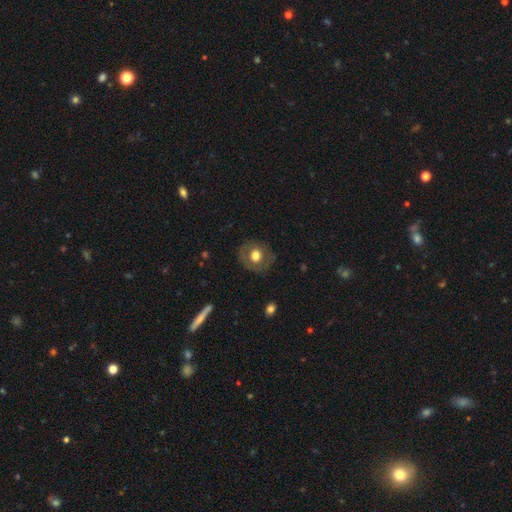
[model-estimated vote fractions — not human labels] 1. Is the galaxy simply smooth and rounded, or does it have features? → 58% smooth, 34% featured or disk, 8% star or artifact.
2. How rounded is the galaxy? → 78% round, 21% in between, 1% cigar-shaped.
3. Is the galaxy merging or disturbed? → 82% none, 12% minor disturbance, 5% major disturbance, 1% merger.